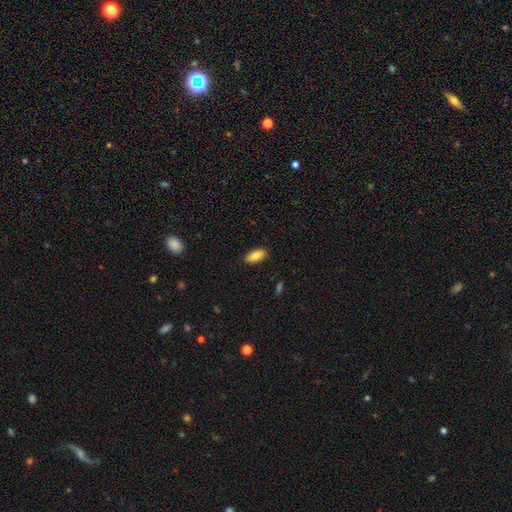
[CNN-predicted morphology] The model was most divided on "how rounded": in between: 85%, cigar-shaped: 12%, round: 2%. More confident: merging — none (89%); smooth or featured — smooth (83%).